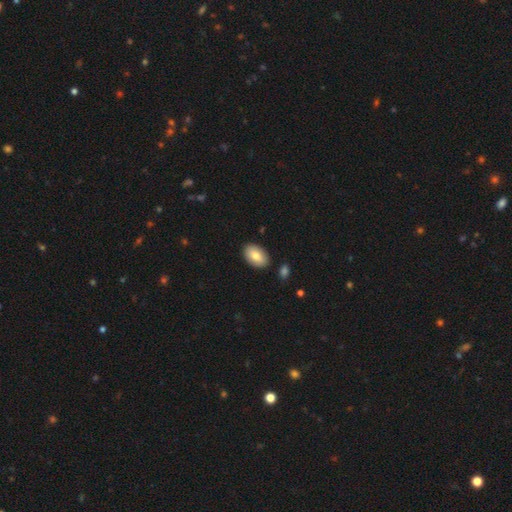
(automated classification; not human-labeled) The model was most divided on "smooth or featured": smooth: 79%, featured or disk: 14%, star or artifact: 6%. More confident: how rounded — in between (92%); merging — none (87%).